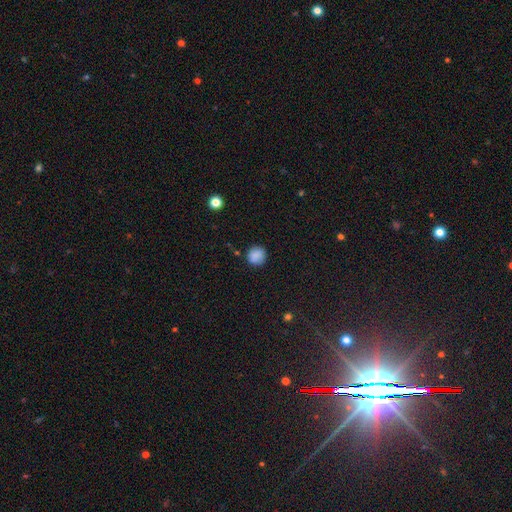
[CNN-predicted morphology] smooth_or_featured: smooth (p=0.86) [alt: star or artifact p=0.10]
how_rounded: round (p=0.91) [alt: in between p=0.08]
merging: none (p=0.85) [alt: minor disturbance p=0.11]